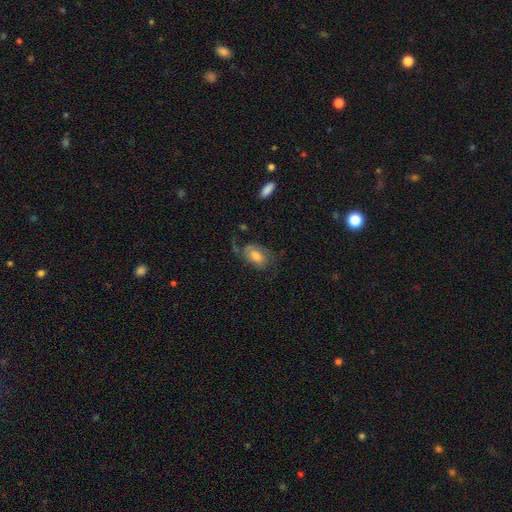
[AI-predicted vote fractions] Smooth or featured: smooth — 47% (featured or disk — 44%)
Merging: none — 46% (major disturbance — 29%)